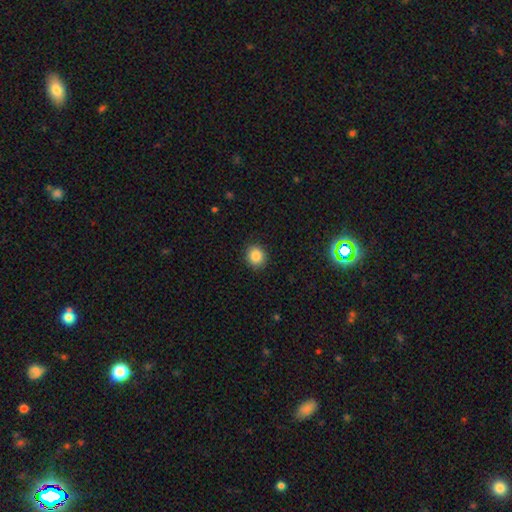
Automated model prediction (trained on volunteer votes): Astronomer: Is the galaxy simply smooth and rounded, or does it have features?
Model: smooth — 86%.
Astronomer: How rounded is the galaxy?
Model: round — 83%.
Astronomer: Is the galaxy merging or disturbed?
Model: none — 90%.